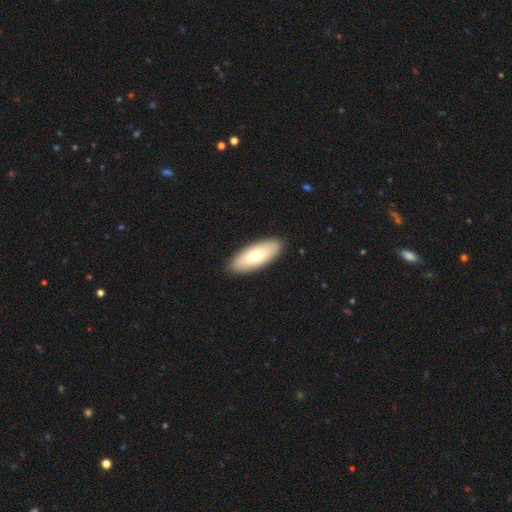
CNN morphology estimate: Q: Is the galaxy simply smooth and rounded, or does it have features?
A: smooth — 69%.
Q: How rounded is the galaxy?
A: in between — 78%.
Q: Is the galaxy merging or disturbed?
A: none — 90%.